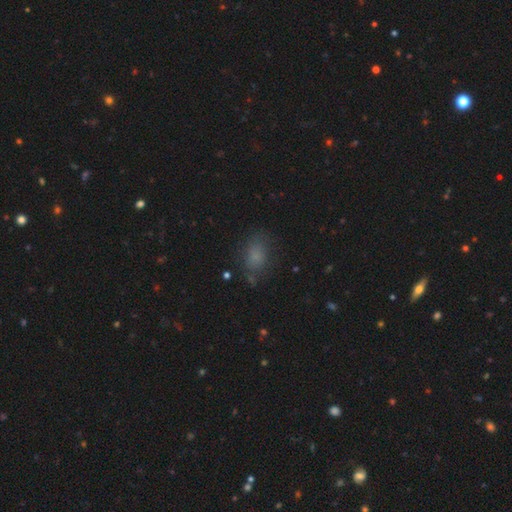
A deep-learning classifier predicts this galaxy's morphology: Smooth or featured? Predicted: smooth (p=0.75). How rounded? Predicted: in between (p=0.78). Merging? Predicted: none (p=0.68).